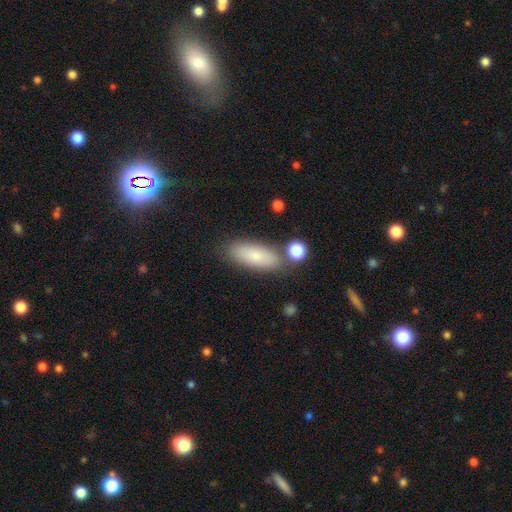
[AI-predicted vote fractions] Smooth or featured?
  - smooth: 80% *
  - featured or disk: 14%
  - star or artifact: 7%
How rounded?
  - in between: 73% *
  - cigar-shaped: 25%
  - round: 3%
Merging?
  - none: 76% *
  - minor disturbance: 13%
  - merger: 7%
  - major disturbance: 3%